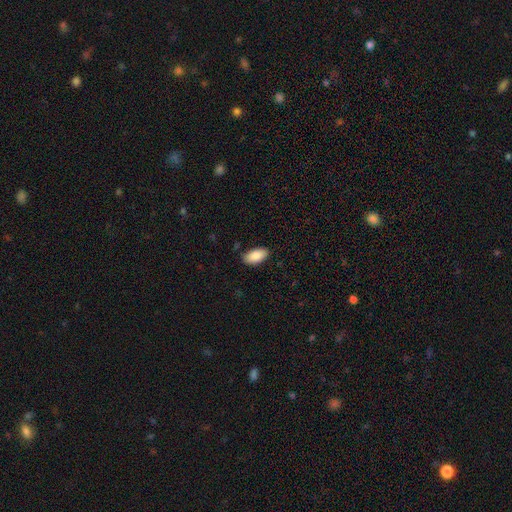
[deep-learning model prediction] smooth-or-featured: smooth: 90% | star or artifact: 6% | featured or disk: 4%
  how-rounded: in between: 95% | cigar-shaped: 3% | round: 2%
  merging: none: 85% | minor disturbance: 12% | major disturbance: 2% | merger: 1%